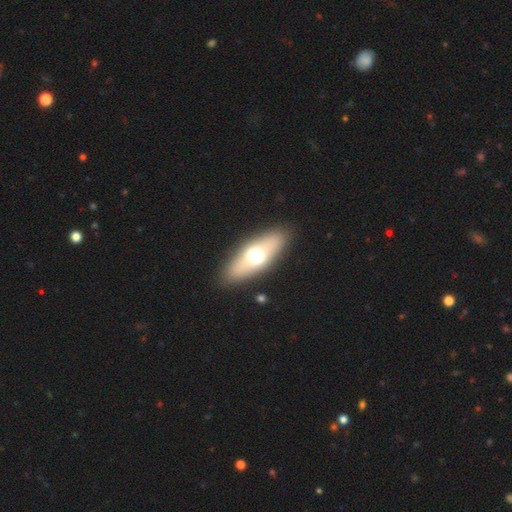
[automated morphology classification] smooth-or-featured: smooth: 53% | featured or disk: 38% | star or artifact: 9%
  how-rounded: in between: 65% | cigar-shaped: 28% | round: 6%
  merging: none: 88% | minor disturbance: 7% | major disturbance: 3% | merger: 1%